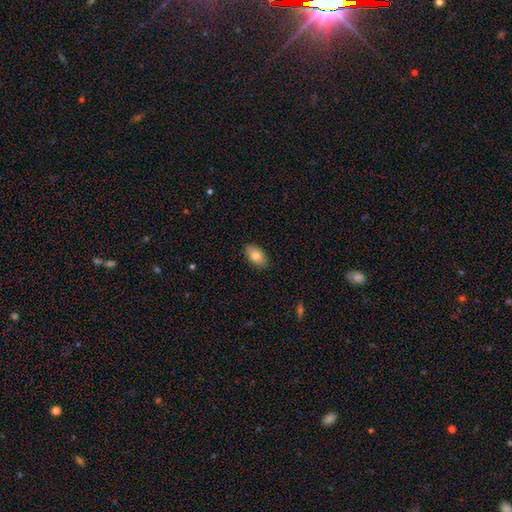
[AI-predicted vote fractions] Smooth or featured?
  - smooth: 81% *
  - featured or disk: 12%
  - star or artifact: 7%
How rounded?
  - in between: 92% *
  - round: 6%
  - cigar-shaped: 2%
Merging?
  - none: 88% *
  - minor disturbance: 10%
  - major disturbance: 2%
  - merger: 1%